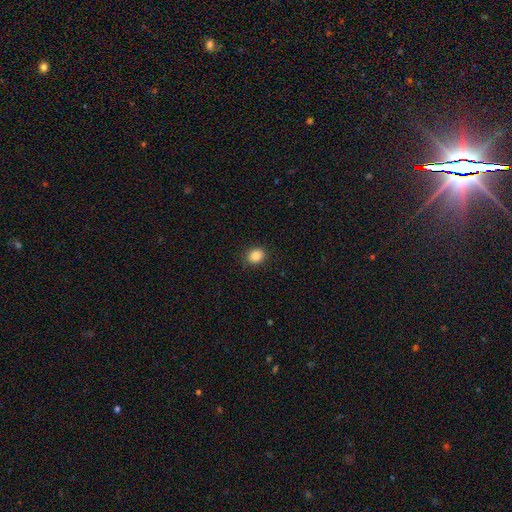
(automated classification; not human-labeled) smooth 87%, star or artifact 10%, featured or disk 3%. Down the decision tree: how rounded — round (65%); merging — none (88%).